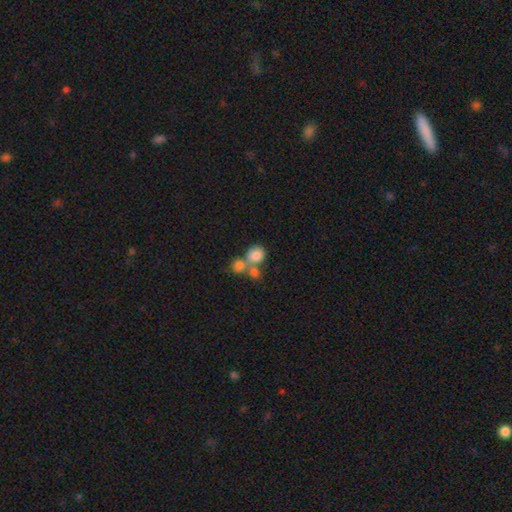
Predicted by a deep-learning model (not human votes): Smooth or featured? Predicted: smooth (p=0.77). How rounded? Predicted: round (p=0.78). Merging? Predicted: merger (p=0.52).